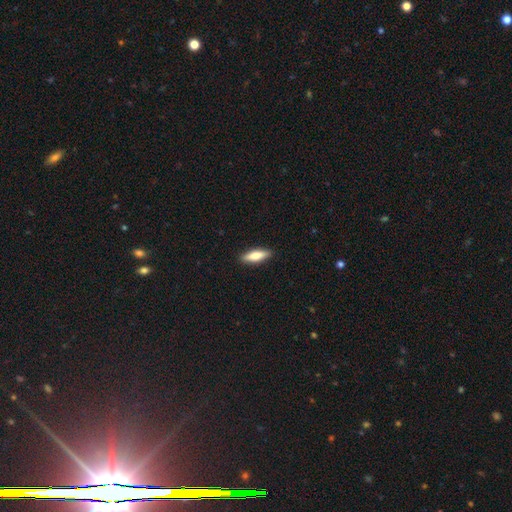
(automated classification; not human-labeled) smooth_or_featured: smooth (p=0.73) [alt: featured or disk p=0.22]
how_rounded: cigar-shaped (p=0.55) [alt: in between p=0.43]
merging: none (p=0.90) [alt: minor disturbance p=0.07]